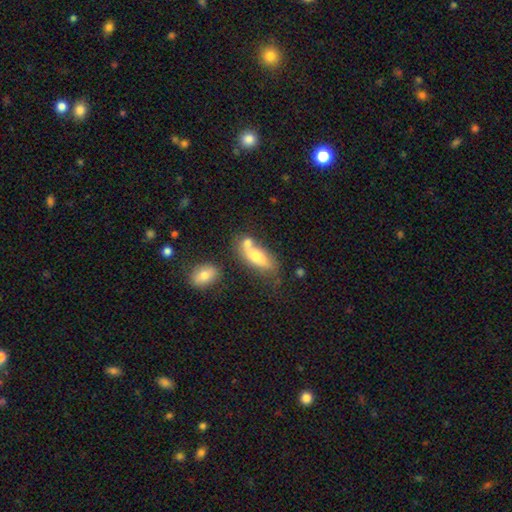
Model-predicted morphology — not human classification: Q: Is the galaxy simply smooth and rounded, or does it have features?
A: smooth — 64%.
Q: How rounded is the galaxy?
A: in between — 72%.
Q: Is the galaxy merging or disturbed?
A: none — 42%.